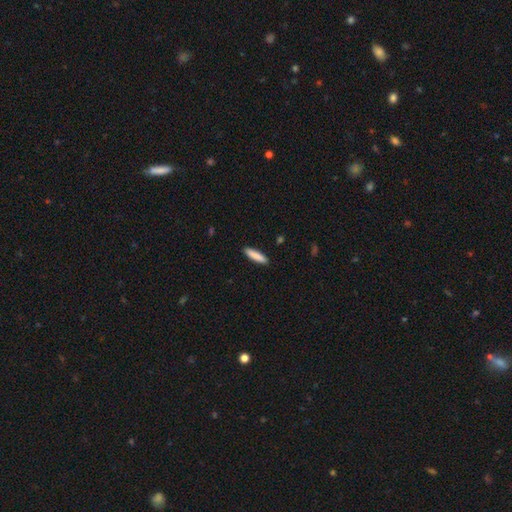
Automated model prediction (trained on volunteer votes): A smooth galaxy with no disk features (86%) that is cigar-shaped (81%). Merging: none (91%).